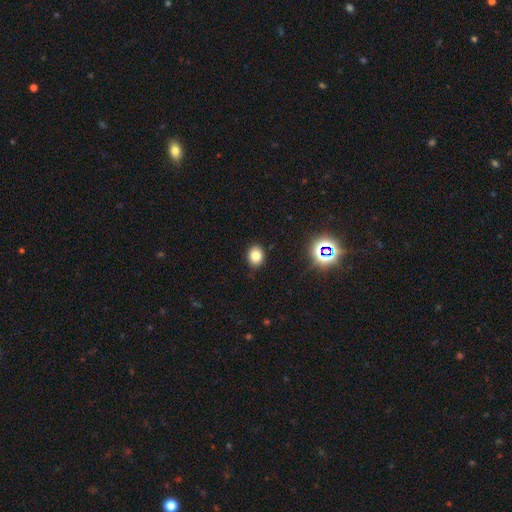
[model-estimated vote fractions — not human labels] This appears to be a smooth galaxy with no disk features (79%) that is round (51%). Merging: none (89%).